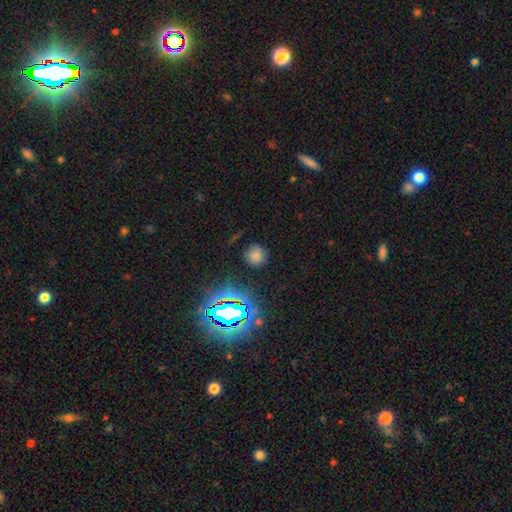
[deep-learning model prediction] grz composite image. It shows a smooth galaxy with no disk features (66%) that is round (89%). Merging: none (80%).